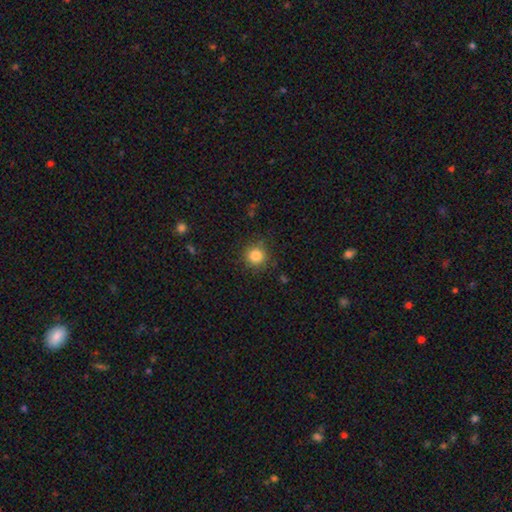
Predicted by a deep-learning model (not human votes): Smooth or featured: smooth — 84% (star or artifact — 11%)
How rounded: round — 94% (in between — 5%)
Merging: none — 86% (minor disturbance — 9%)